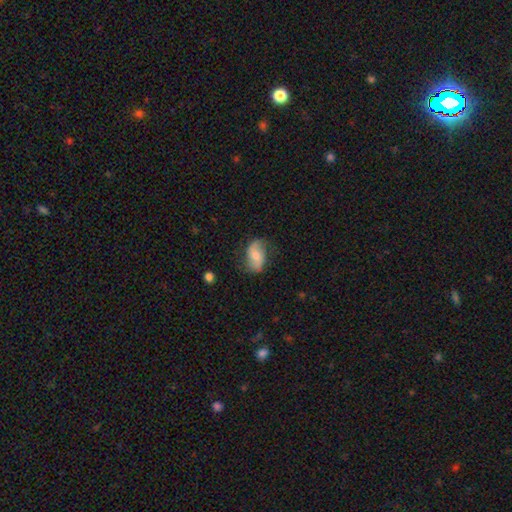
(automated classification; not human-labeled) Smooth or featured: smooth — 50% (featured or disk — 43%)
Merging: none — 67% (minor disturbance — 24%)